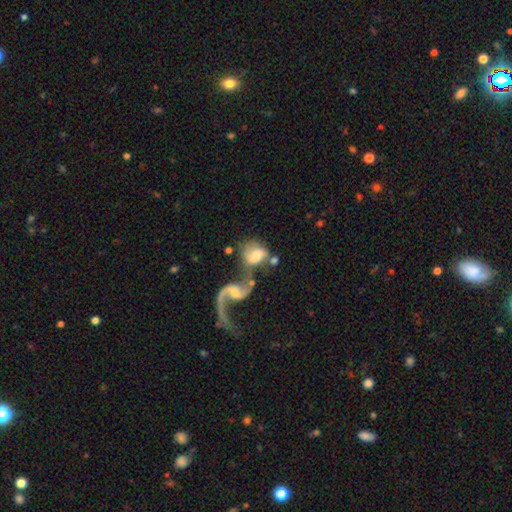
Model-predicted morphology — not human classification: Smooth or featured: featured or disk — 52% (smooth — 40%)
Edge-on disk: no — 96% (yes — 4%)
Bar: no — 49% (weak — 37%)
Spiral arms: yes — 76% (no — 24%)
Bulge size: small — 29% (moderate — 27%)
Merging: merger — 59% (none — 16%)